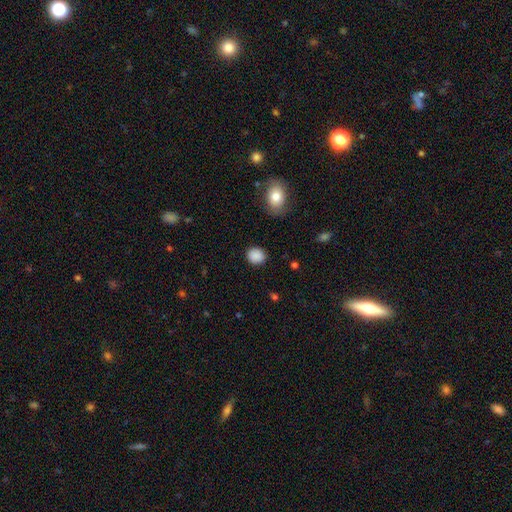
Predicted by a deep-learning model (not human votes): A smooth galaxy with no disk features (88%) that is round (75%).

Vote fractions:
- Smooth or featured? smooth: 88% / star or artifact: 9% / featured or disk: 4%
- How rounded? round: 75% / in between: 24% / cigar-shaped: 1%
- Merging? none: 88% / minor disturbance: 8% / major disturbance: 3% / merger: 1%